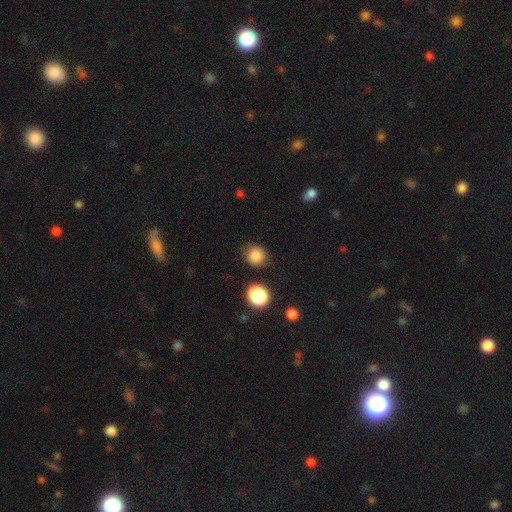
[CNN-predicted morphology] Q: Smooth or featured?
A: smooth (84%); runner-up: star or artifact (11%)
Q: How rounded?
A: round (85%); runner-up: in between (14%)
Q: Merging?
A: none (79%); runner-up: minor disturbance (14%)